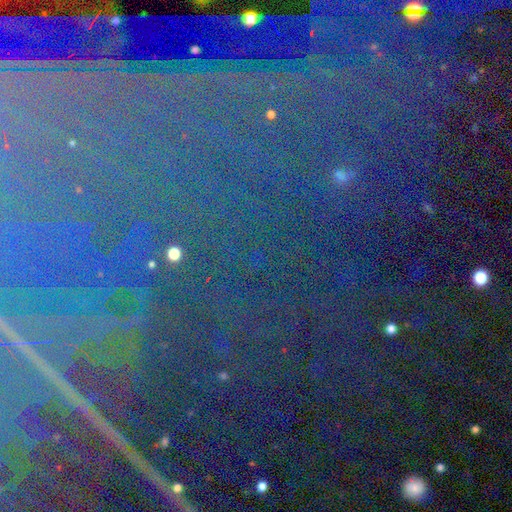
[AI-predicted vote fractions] star or artifact 85%, smooth 8%, featured or disk 7%.